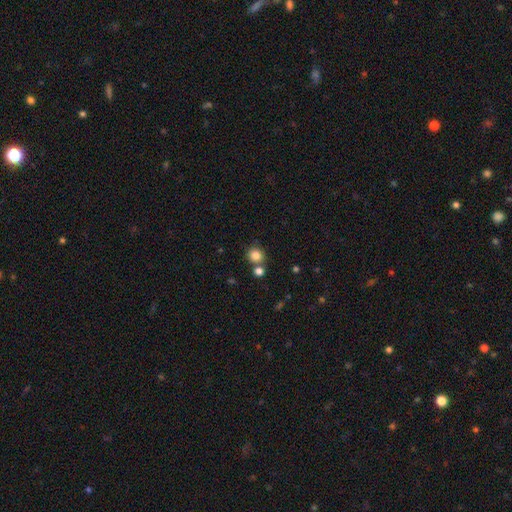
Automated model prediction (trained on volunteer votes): smooth-or-featured: smooth: 83% | star or artifact: 11% | featured or disk: 6%
  how-rounded: round: 86% | in between: 13% | cigar-shaped: 1%
  merging: none: 70% | merger: 19% | minor disturbance: 8% | major disturbance: 3%